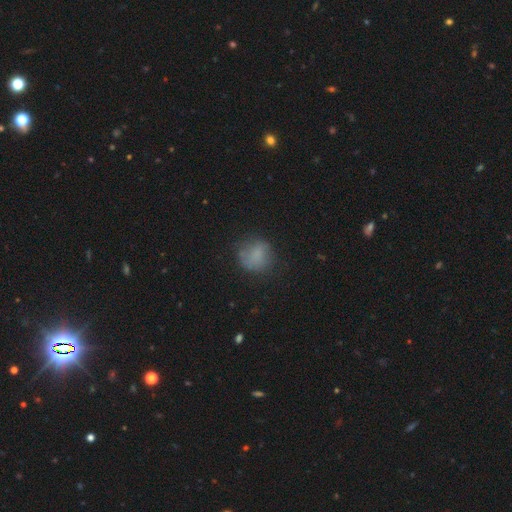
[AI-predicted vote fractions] This appears to be a smooth galaxy with no disk features (72%) that is round (77%). Merging: none (62%).